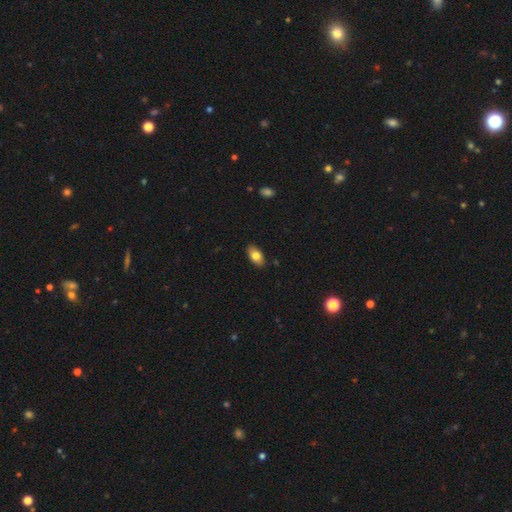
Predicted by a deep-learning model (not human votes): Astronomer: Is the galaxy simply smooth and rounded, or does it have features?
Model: smooth — 80%.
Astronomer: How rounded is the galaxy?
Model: in between — 92%.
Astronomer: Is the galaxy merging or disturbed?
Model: none — 87%.